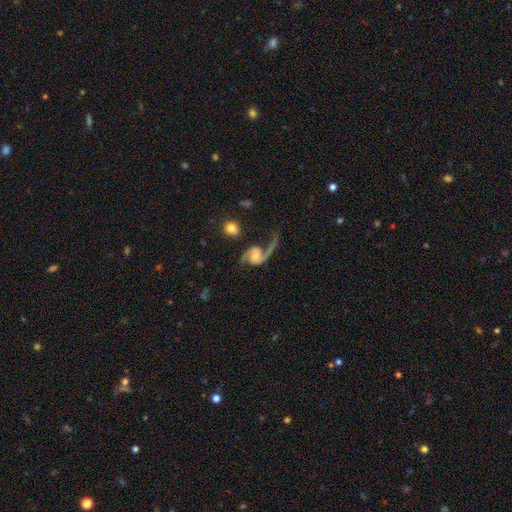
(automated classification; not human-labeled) Morphology: type=featured or disk (90%); edge-on=no (98%); bar=no (56%); spiral arms=yes (97%); winding=loose (67%); arm count=2 (90%); bulge=moderate (40%); merging=none (59%).